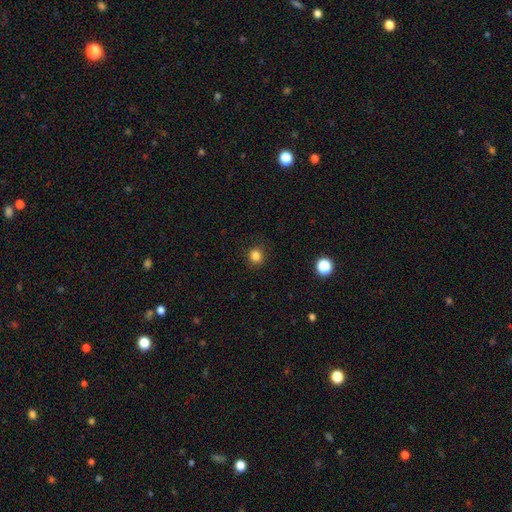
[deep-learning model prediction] The model was most divided on "smooth or featured": smooth: 83%, star or artifact: 13%, featured or disk: 4%. More confident: merging — none (90%); how rounded — round (89%).